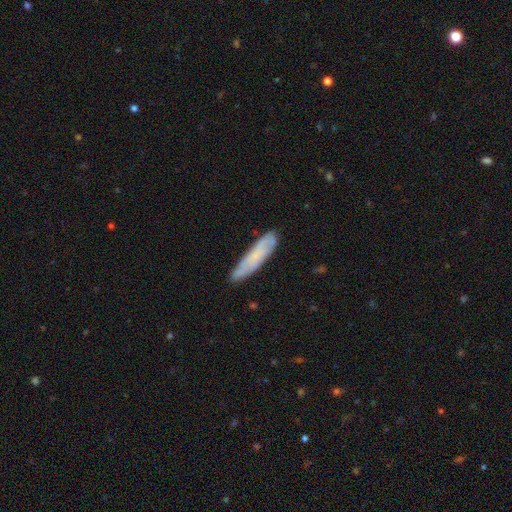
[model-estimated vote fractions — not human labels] This is possibly a smooth galaxy (57%). How rounded: clearly cigar-shaped (82%). Merging: clearly none (80%).